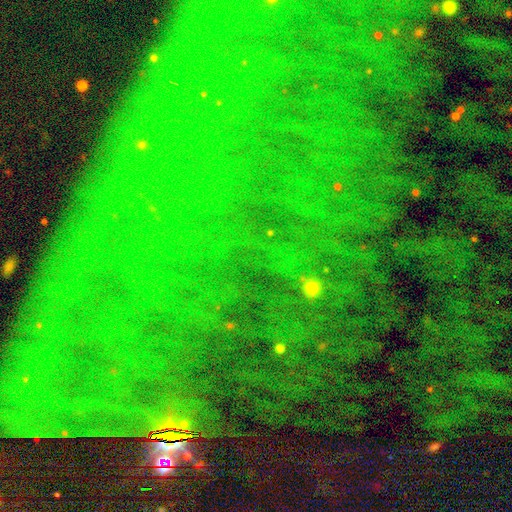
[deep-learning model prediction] Overall: star or artifact (85%).